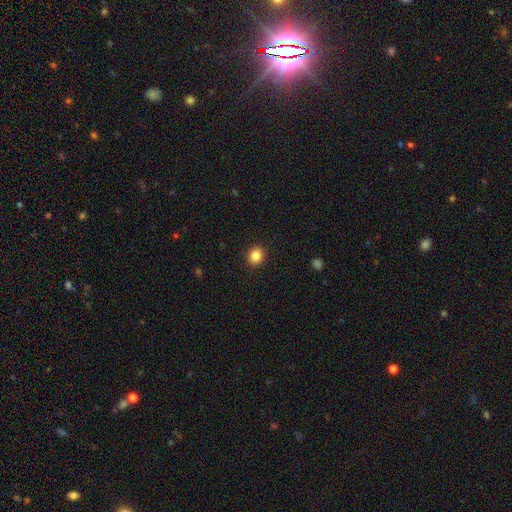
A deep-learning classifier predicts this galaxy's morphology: This is clearly a smooth galaxy (85%). How rounded: clearly round (83%). Merging: clearly none (92%).